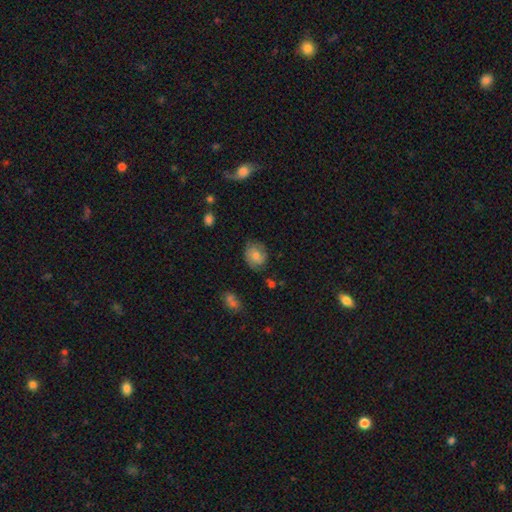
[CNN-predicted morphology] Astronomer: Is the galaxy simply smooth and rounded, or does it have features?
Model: smooth — 58%.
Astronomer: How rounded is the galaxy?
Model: round — 64%.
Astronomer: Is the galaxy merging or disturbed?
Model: none — 72%.